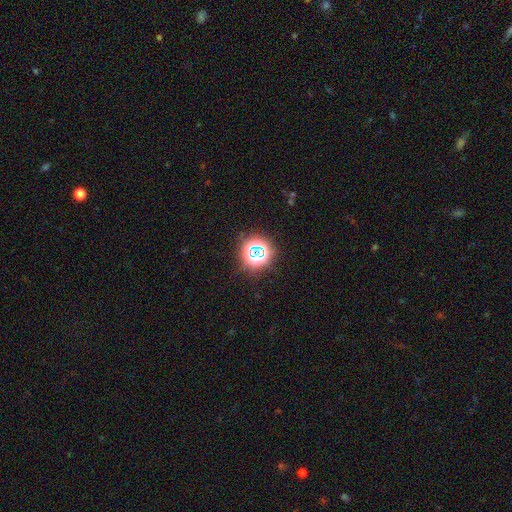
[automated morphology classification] star or artifact 70%, smooth 21%, featured or disk 9%.